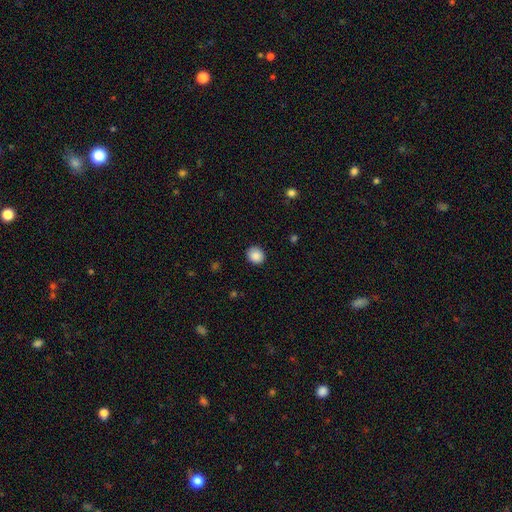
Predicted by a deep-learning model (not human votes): Overall: smooth (88%). How rounded: round (81%). Merging: none (89%).